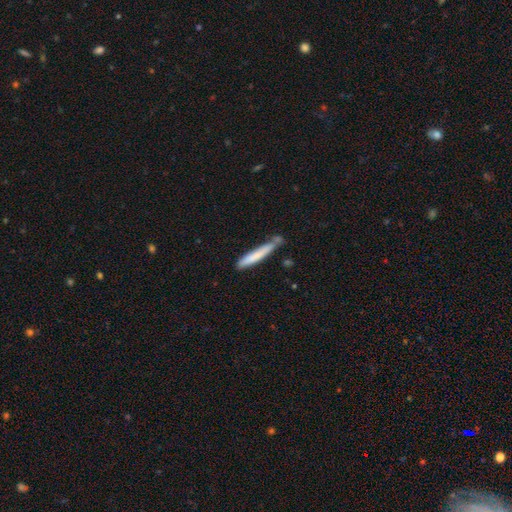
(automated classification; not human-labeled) Smooth or featured? smooth (73%)
How rounded? cigar-shaped (94%)
Merging? none (65%)